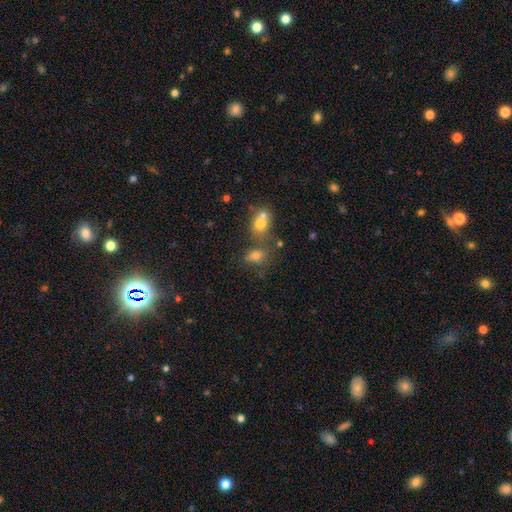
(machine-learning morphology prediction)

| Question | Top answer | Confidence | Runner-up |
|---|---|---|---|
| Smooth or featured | smooth | 71% | star or artifact (17%) |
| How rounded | in between | 71% | round (26%) |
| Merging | none | 50% | merger (30%) |